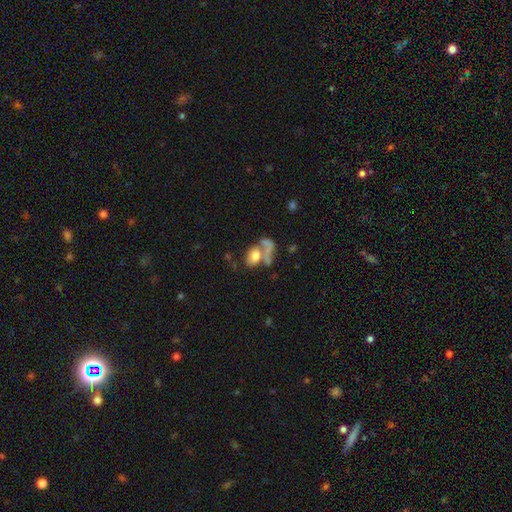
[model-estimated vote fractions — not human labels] The model was most divided on "merging": merger: 51%, none: 26%, major disturbance: 13%, minor disturbance: 10%. More confident: how rounded — in between (80%); smooth or featured — smooth (68%).